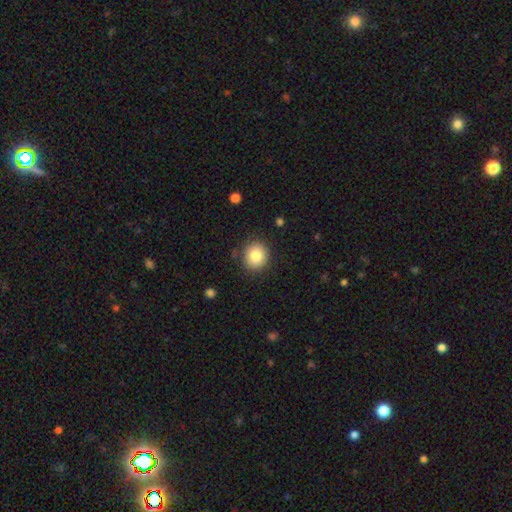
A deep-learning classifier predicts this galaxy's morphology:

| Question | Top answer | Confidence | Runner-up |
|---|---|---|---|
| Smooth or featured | smooth | 82% | star or artifact (10%) |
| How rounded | round | 85% | in between (15%) |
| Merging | none | 87% | minor disturbance (9%) |